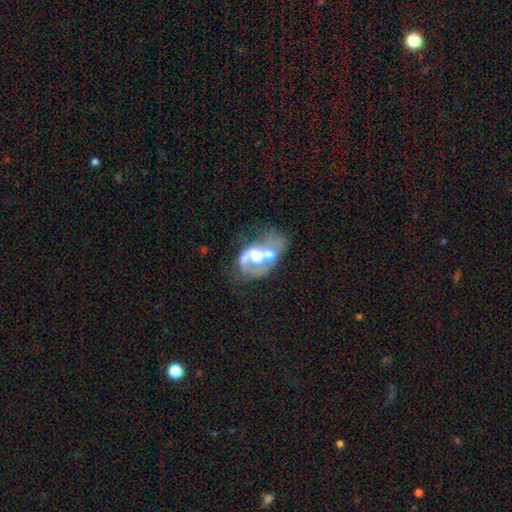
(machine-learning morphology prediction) The model was most divided on "spiral arms": yes: 51%, no: 49%. More confident: edge-on disk — no (97%); bar — no (70%); merging — merger (70%); smooth or featured — featured or disk (68%); bulge size — moderate (58%).